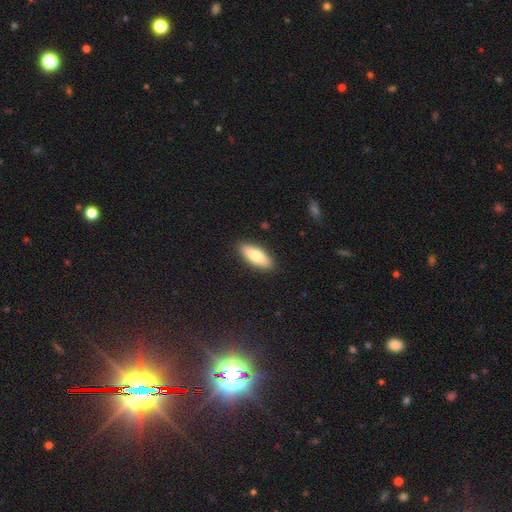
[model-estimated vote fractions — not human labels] A smooth galaxy with no disk features (79%) that is in between round and cigar-shaped (75%). Merging: none (89%).